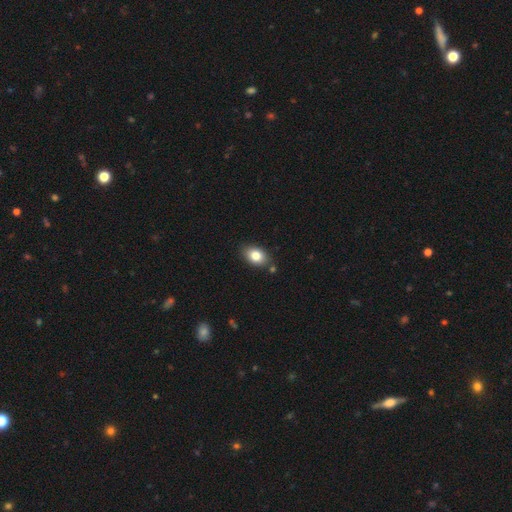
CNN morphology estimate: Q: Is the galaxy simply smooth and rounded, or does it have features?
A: smooth — 82%.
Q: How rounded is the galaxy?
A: in between — 83%.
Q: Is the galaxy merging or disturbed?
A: none — 81%.